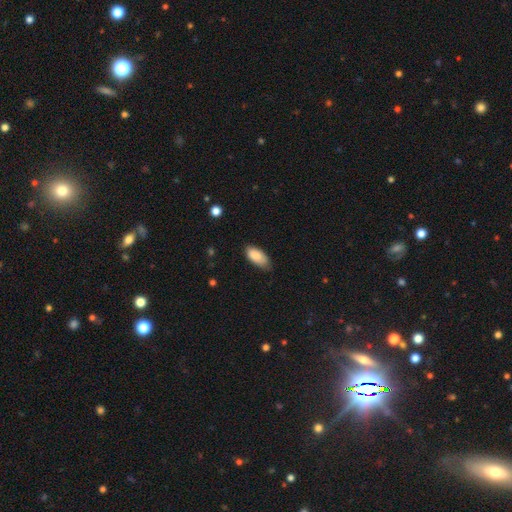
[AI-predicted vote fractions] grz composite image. It shows a smooth galaxy with no disk features (87%) that is in between round and cigar-shaped (91%). Merging: none (68%).